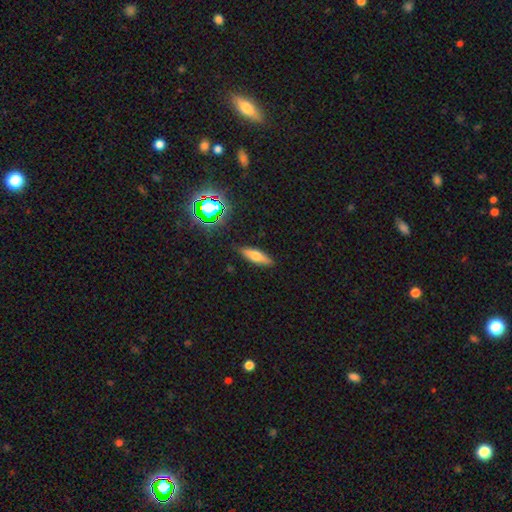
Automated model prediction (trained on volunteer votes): This appears to be a smooth galaxy with no disk features (59%) that is cigar-shaped (57%). Merging: none (86%).